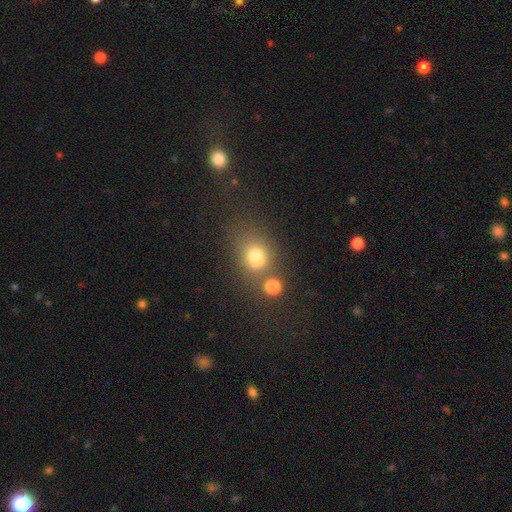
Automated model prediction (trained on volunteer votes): Smooth or featured? smooth (71%)
How rounded? round (65%)
Merging? none (52%)